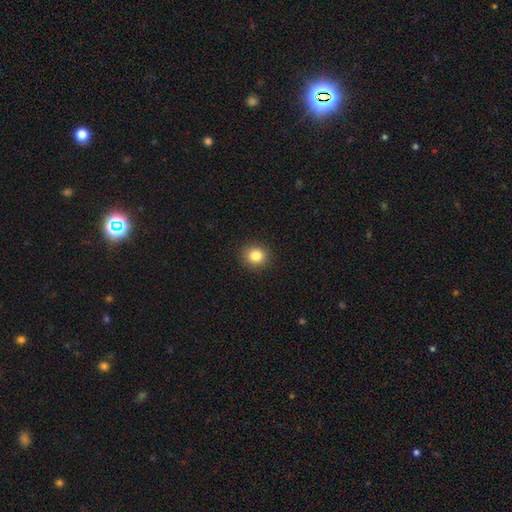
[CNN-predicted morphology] Overall: smooth (84%). How rounded: round (85%). Merging: none (91%).